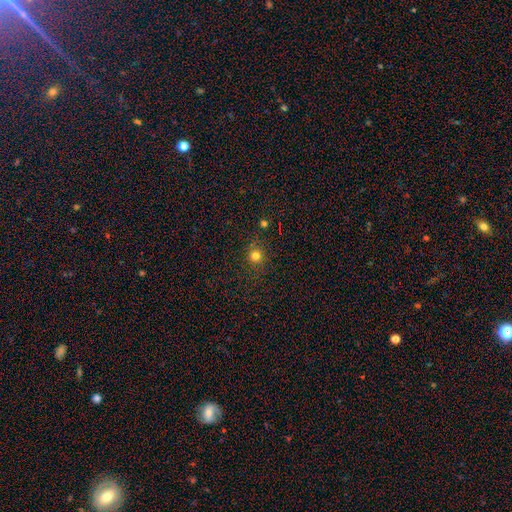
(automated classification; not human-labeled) Overall: smooth (75%). How rounded: round (91%). Merging: none (86%).